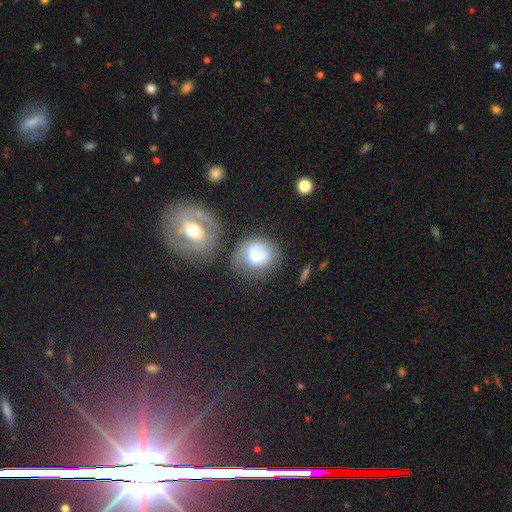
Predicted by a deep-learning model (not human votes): Morphology: type=smooth (56%); roundness=round (65%); merging=none (45%).